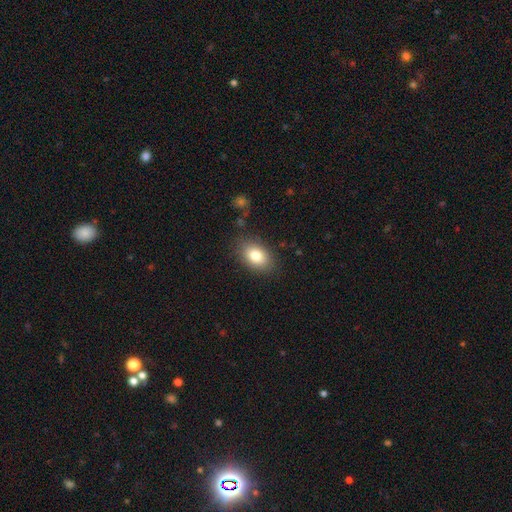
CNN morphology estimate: A smooth galaxy with no disk features (80%) that is in between round and cigar-shaped (83%). Merging: none (83%).